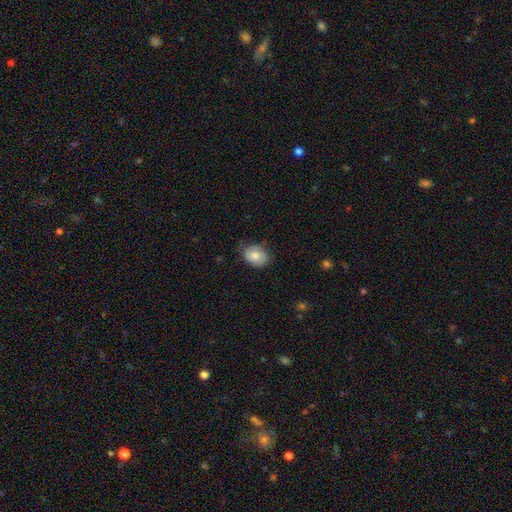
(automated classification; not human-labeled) A smooth galaxy with no disk features (67%) that is in between round and cigar-shaped (59%).

Vote fractions:
- Smooth or featured? smooth: 67% / featured or disk: 26% / star or artifact: 7%
- How rounded? in between: 59% / round: 40% / cigar-shaped: 1%
- Merging? none: 63% / minor disturbance: 28% / major disturbance: 8% / merger: 1%